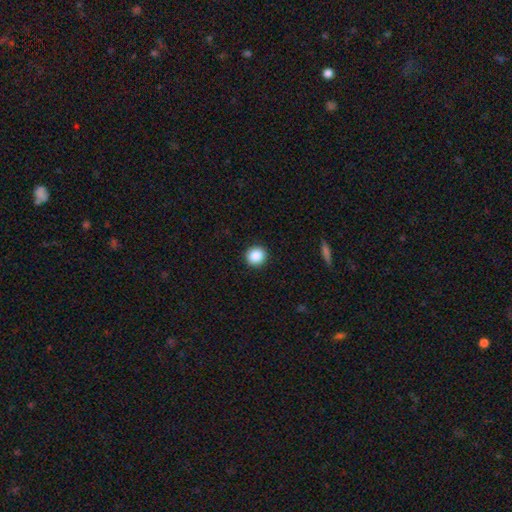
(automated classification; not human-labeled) Q: Smooth or featured?
A: smooth (87%); runner-up: star or artifact (9%)
Q: How rounded?
A: round (92%); runner-up: in between (7%)
Q: Merging?
A: none (93%); runner-up: minor disturbance (5%)